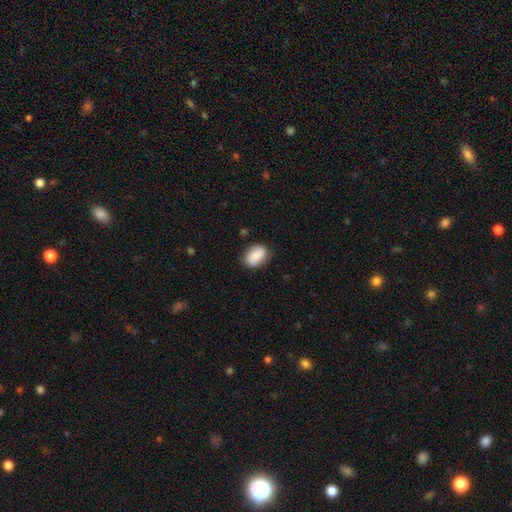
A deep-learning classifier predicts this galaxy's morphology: smooth-or-featured: smooth: 75% | featured or disk: 18% | star or artifact: 7%
  how-rounded: in between: 76% | round: 22% | cigar-shaped: 1%
  merging: none: 80% | minor disturbance: 15% | major disturbance: 3% | merger: 2%